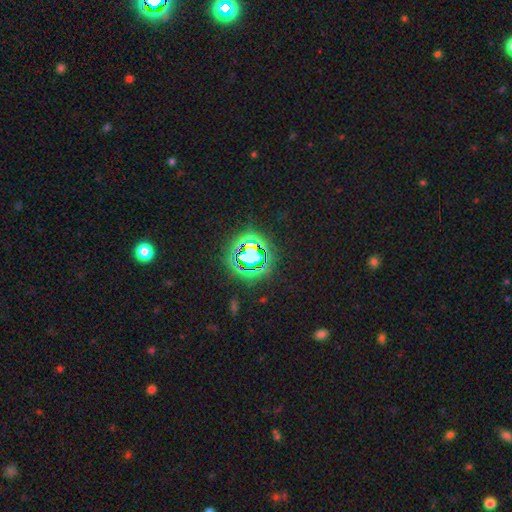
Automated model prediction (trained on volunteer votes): Smooth or featured? Predicted: star or artifact (p=0.73).